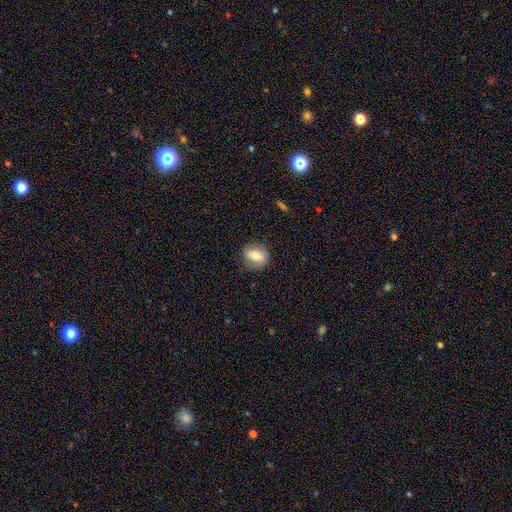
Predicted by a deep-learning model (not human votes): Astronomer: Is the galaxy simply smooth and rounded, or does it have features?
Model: smooth — 74%.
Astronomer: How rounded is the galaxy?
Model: in between — 60% (runner-up: round, 37%).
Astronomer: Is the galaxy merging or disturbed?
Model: none — 77%.